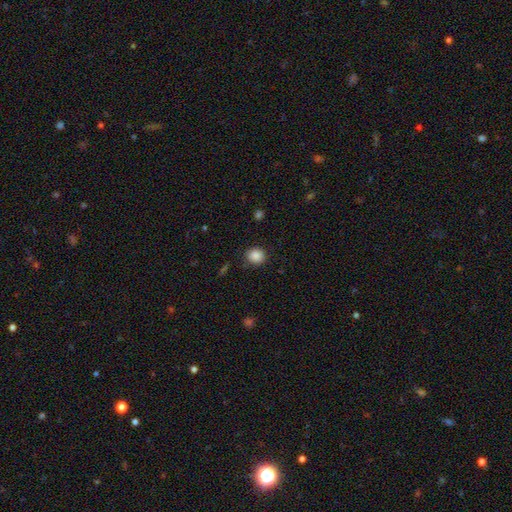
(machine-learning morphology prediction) smooth 88%, star or artifact 9%, featured or disk 3%. Down the decision tree: how rounded — round (80%); merging — none (87%).